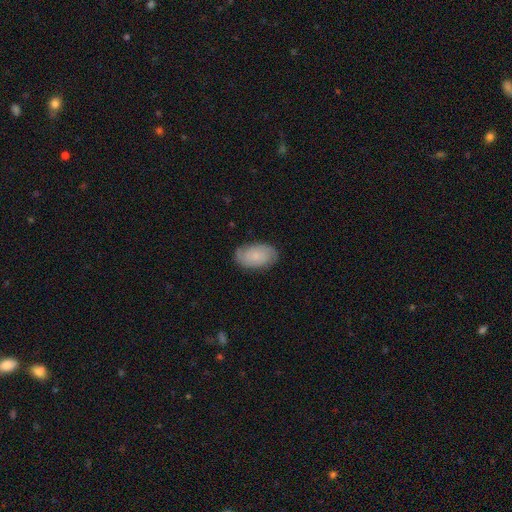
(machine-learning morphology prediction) Overall: featured or disk (59%; smooth 33%). Edge-on disk: no (96%). Bar: no (74%). Spiral arms: yes (92%). Spiral arm count: 2 (65%). Spiral winding: tight (60%; medium 31%). Bulge size: small (63%). Merging: none (80%).